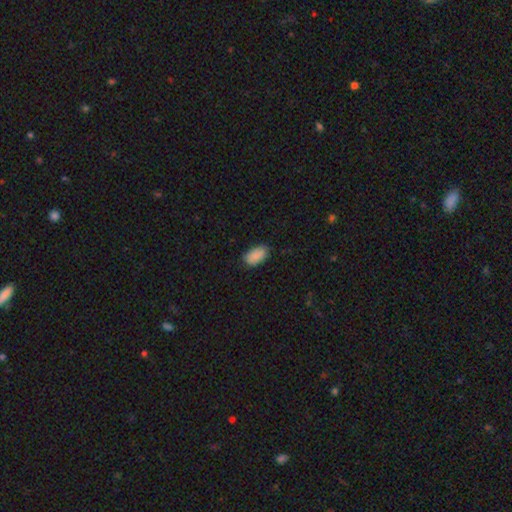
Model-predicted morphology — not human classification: Q: Smooth or featured?
A: smooth (90%); runner-up: star or artifact (7%)
Q: How rounded?
A: in between (94%); runner-up: round (4%)
Q: Merging?
A: none (82%); runner-up: minor disturbance (14%)